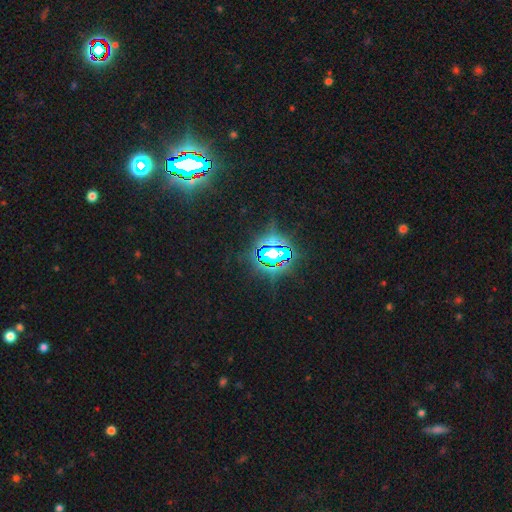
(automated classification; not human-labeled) Smooth or featured?
  - star or artifact: 84% *
  - smooth: 9%
  - featured or disk: 6%